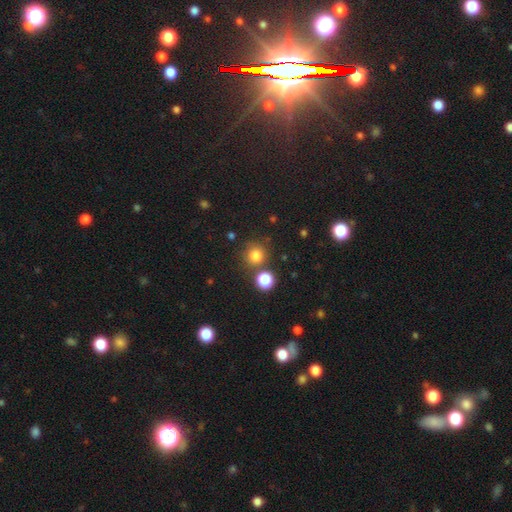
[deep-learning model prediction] Smooth or featured? smooth (79%)
How rounded? round (92%)
Merging? none (78%)